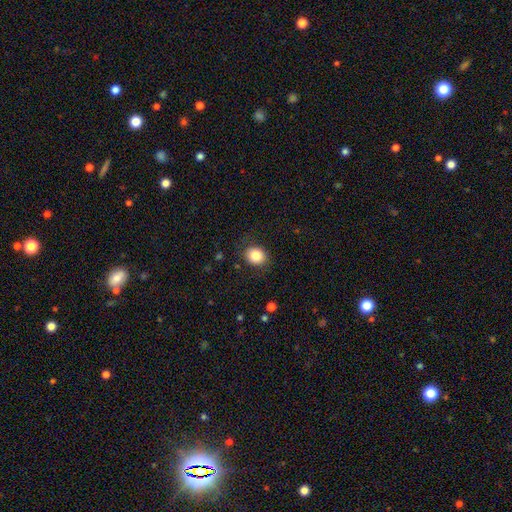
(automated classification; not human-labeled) Smooth or featured?
  - smooth: 84% *
  - star or artifact: 9%
  - featured or disk: 6%
How rounded?
  - round: 69% *
  - in between: 30%
  - cigar-shaped: 1%
Merging?
  - none: 86% *
  - minor disturbance: 10%
  - major disturbance: 3%
  - merger: 1%